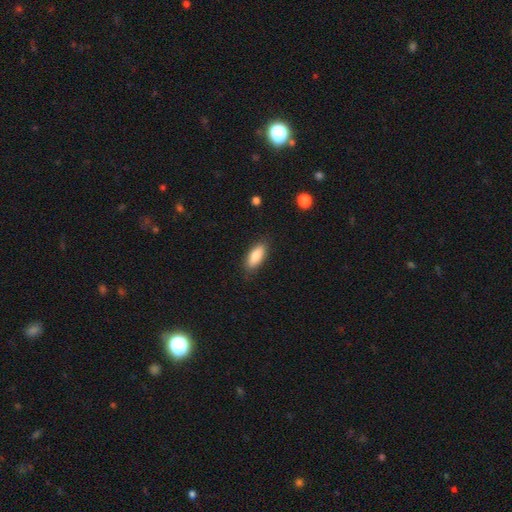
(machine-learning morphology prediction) smooth_or_featured: smooth (p=0.84) [alt: featured or disk p=0.09]
how_rounded: in between (p=0.76) [alt: cigar-shaped p=0.22]
merging: none (p=0.85) [alt: minor disturbance p=0.11]